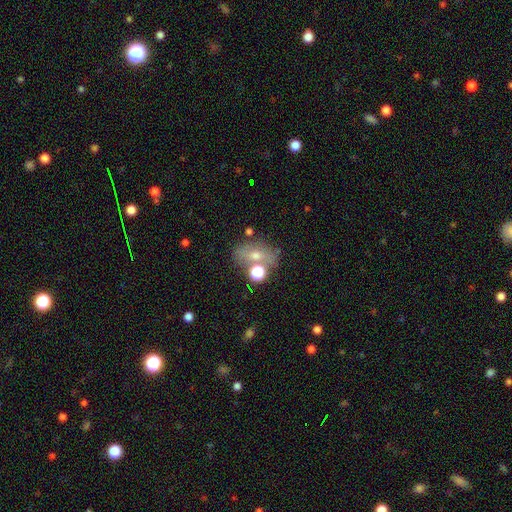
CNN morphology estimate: Smooth or featured: smooth — 54% (featured or disk — 28%)
How rounded: in between — 65% (round — 32%)
Merging: none — 59% (merger — 20%)